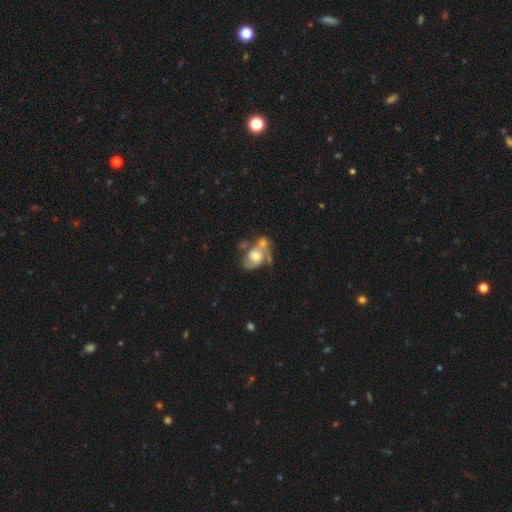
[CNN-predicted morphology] Smooth or featured? Predicted: featured or disk (p=0.62). Edge-on disk? Predicted: no (p=0.97). Bar? Predicted: no (p=0.69). Spiral arms? Predicted: yes (p=0.79). Bulge size? Predicted: moderate (p=0.55). Merging? Predicted: merger (p=0.42).